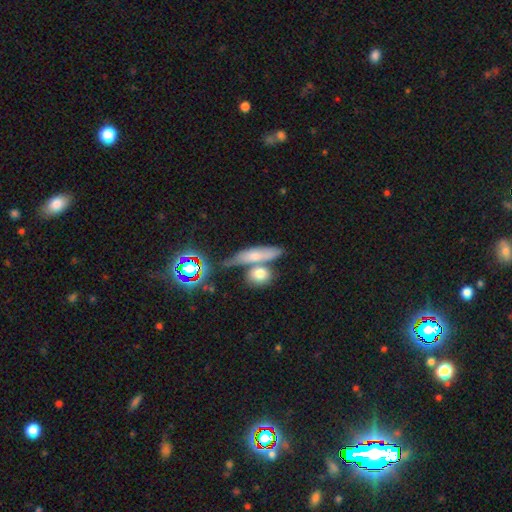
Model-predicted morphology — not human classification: smooth_or_featured: smooth (p=0.62) [alt: featured or disk p=0.24]
how_rounded: cigar-shaped (p=0.47) [alt: in between p=0.37]
merging: none (p=0.54) [alt: merger p=0.30]